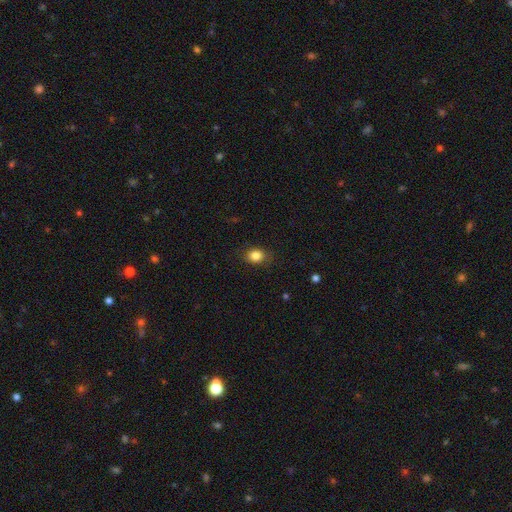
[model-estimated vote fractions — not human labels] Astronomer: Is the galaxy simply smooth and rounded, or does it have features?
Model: smooth — 84%.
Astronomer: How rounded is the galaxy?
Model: in between — 55% (runner-up: round, 44%).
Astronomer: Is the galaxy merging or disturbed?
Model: none — 83%.